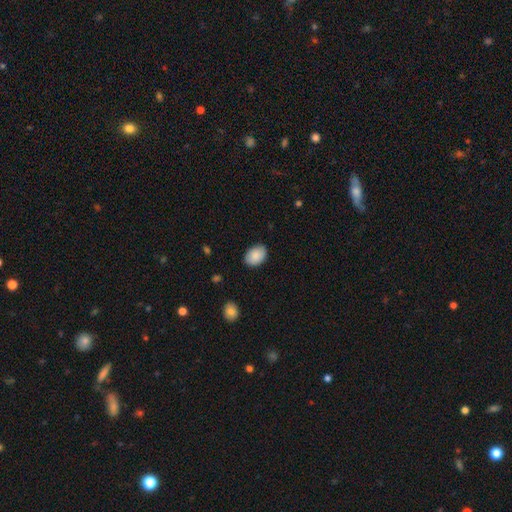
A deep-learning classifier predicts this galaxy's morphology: This is clearly a smooth galaxy (88%). How rounded: clearly in between (82%). Merging: clearly none (84%).